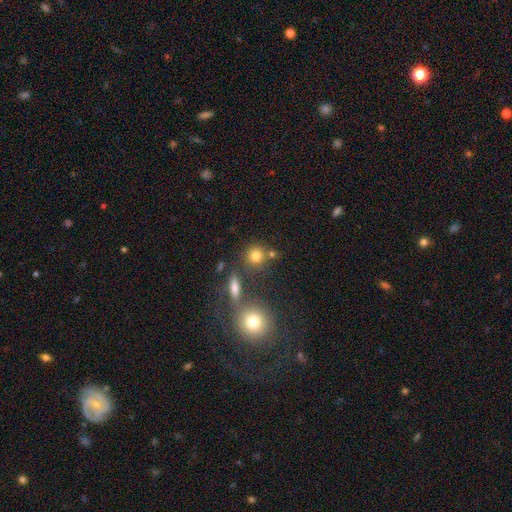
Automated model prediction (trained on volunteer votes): Morphology: type=smooth (77%); roundness=round (86%); merging=none (71%).